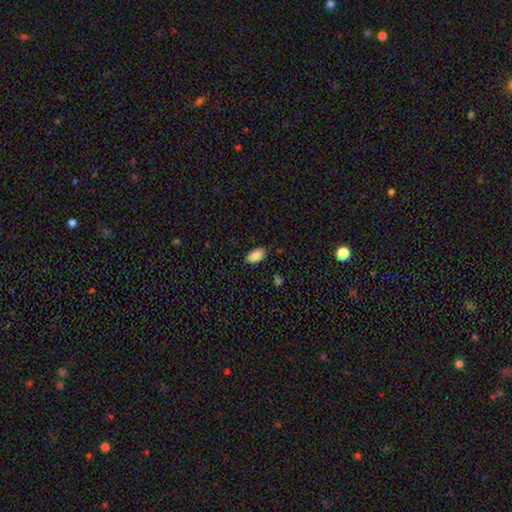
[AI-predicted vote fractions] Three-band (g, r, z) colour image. It shows a smooth galaxy with no disk features (89%) that is in between round and cigar-shaped (94%). Merging: none (85%).